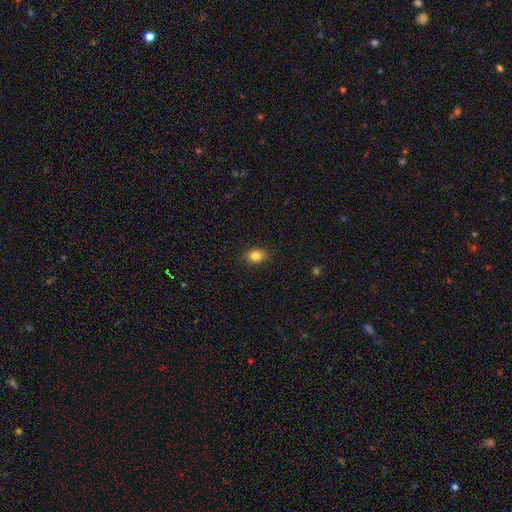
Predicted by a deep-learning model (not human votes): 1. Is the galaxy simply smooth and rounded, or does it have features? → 84% smooth, 10% star or artifact, 6% featured or disk.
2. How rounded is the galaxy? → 70% in between, 29% round, 1% cigar-shaped.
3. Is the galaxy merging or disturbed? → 87% none, 10% minor disturbance, 2% major disturbance, 1% merger.